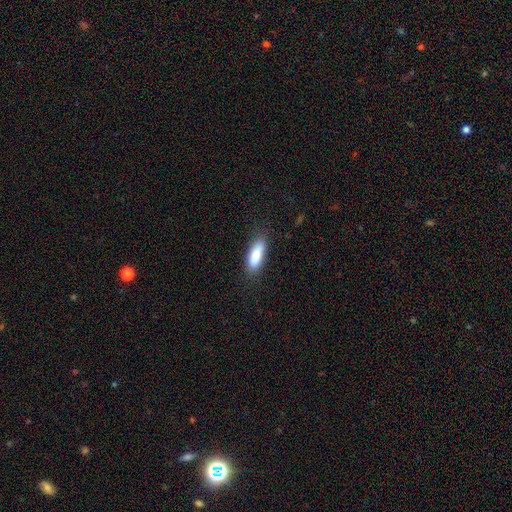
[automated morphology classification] A smooth galaxy with no disk features (82%) that is in between round and cigar-shaped (62%).

Vote fractions:
- Smooth or featured? smooth: 82% / featured or disk: 11% / star or artifact: 6%
- How rounded? in between: 62% / cigar-shaped: 36% / round: 2%
- Merging? none: 83% / minor disturbance: 13% / major disturbance: 3% / merger: 1%